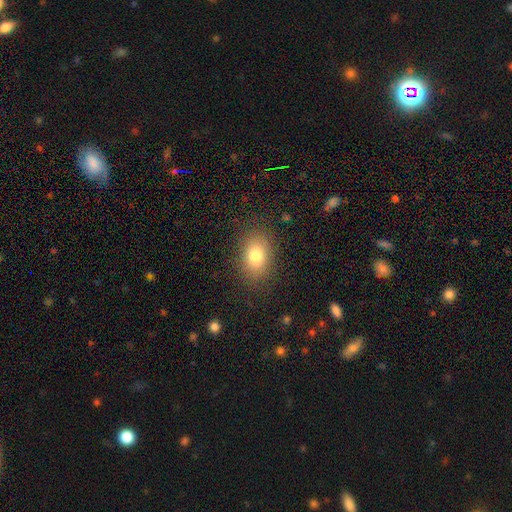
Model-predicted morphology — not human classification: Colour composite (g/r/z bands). It shows a smooth galaxy with no disk features (79%) that is in between round and cigar-shaped (75%). Merging: none (84%).